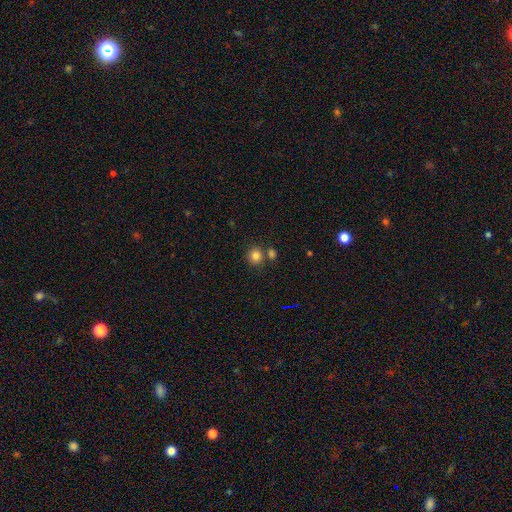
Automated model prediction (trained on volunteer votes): Smooth or featured?
  - smooth: 83% *
  - star or artifact: 12%
  - featured or disk: 5%
How rounded?
  - round: 88% *
  - in between: 11%
  - cigar-shaped: 1%
Merging?
  - none: 70% *
  - merger: 19%
  - minor disturbance: 9%
  - major disturbance: 3%